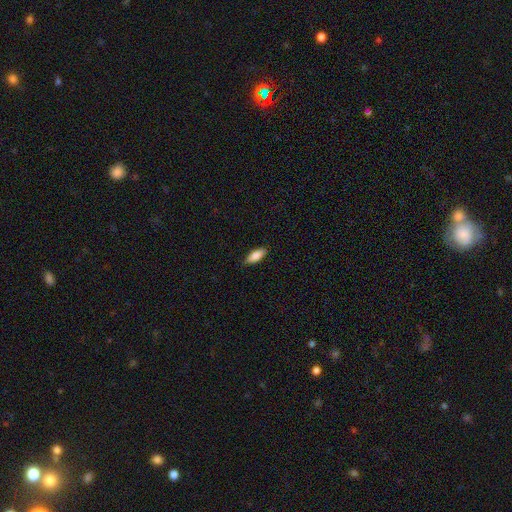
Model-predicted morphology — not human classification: Smooth or featured?
  - smooth: 84% *
  - featured or disk: 10%
  - star or artifact: 6%
How rounded?
  - in between: 76% *
  - cigar-shaped: 22%
  - round: 2%
Merging?
  - none: 86% *
  - minor disturbance: 11%
  - major disturbance: 2%
  - merger: 1%